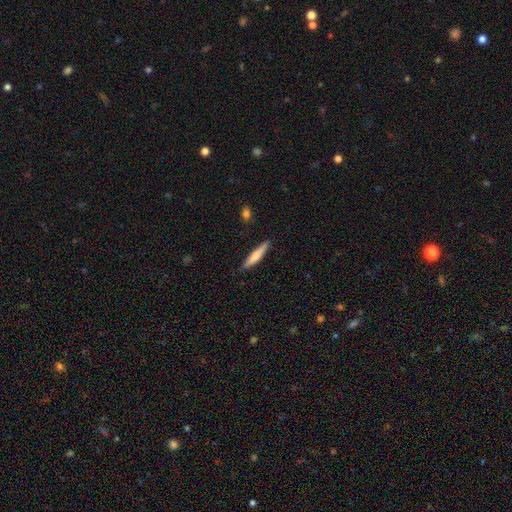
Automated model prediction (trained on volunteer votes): Smooth or featured: smooth — 68% (featured or disk — 26%)
How rounded: cigar-shaped — 90% (in between — 9%)
Merging: none — 86% (minor disturbance — 10%)